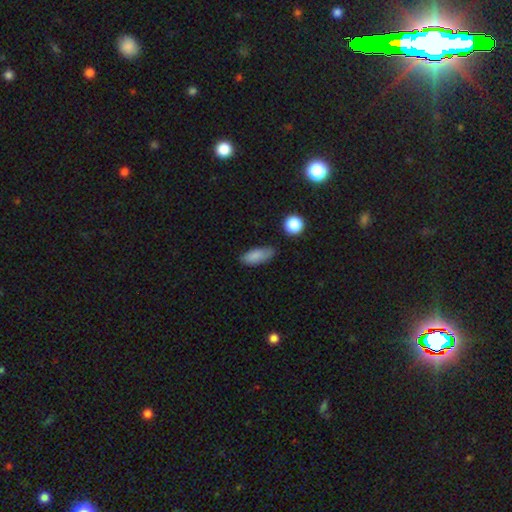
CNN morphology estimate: This appears to be a smooth galaxy with no disk features (84%) that is in between round and cigar-shaped (82%). Merging: none (69%).